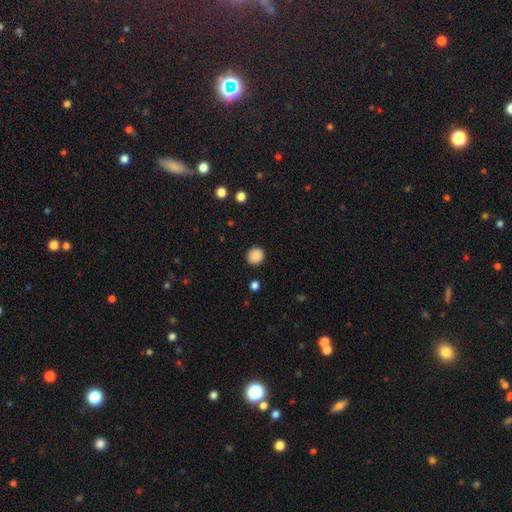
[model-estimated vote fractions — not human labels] Smooth or featured? Predicted: smooth (p=0.88). How rounded? Predicted: round (p=0.93). Merging? Predicted: none (p=0.91).